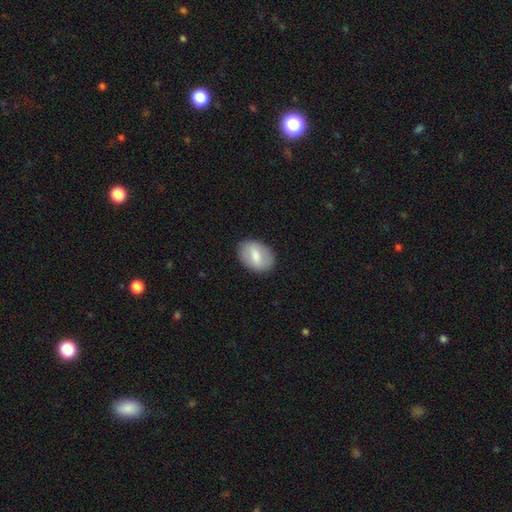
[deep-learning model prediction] The model was most divided on "smooth or featured": smooth: 64%, featured or disk: 30%, star or artifact: 6%. More confident: merging — none (85%); how rounded — in between (78%).